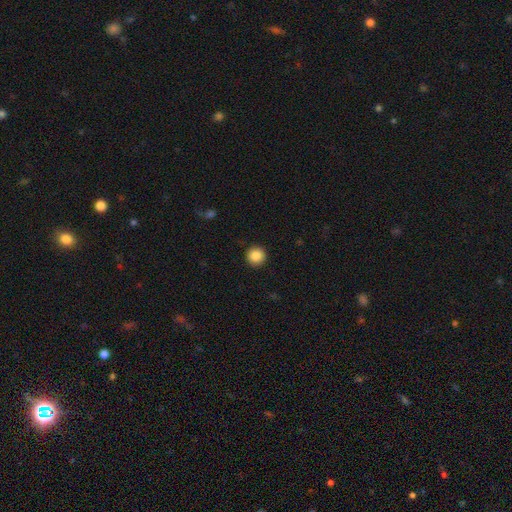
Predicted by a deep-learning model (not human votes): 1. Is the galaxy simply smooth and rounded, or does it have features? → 88% smooth, 9% star or artifact, 3% featured or disk.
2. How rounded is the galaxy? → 96% round, 4% in between, 1% cigar-shaped.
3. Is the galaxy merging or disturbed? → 92% none, 5% minor disturbance, 2% major disturbance, 1% merger.